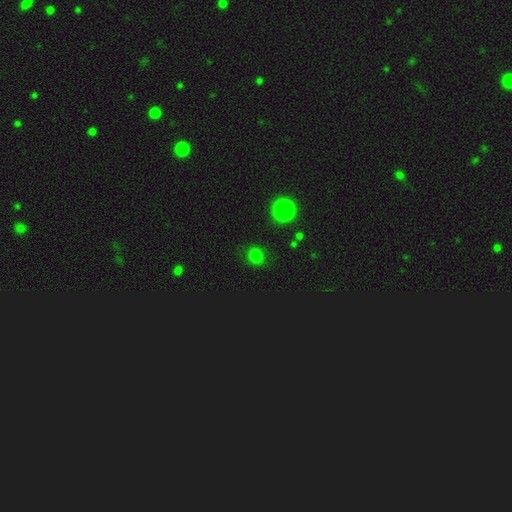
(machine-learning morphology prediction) smooth 74%, star or artifact 22%, featured or disk 4%. Down the decision tree: how rounded — round (82%); merging — none (86%).